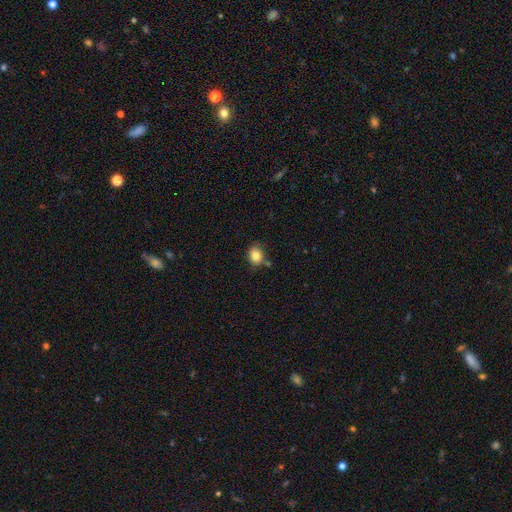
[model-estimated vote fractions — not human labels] This is clearly a smooth galaxy (83%). How rounded: possibly round (52%). Merging: likely none (71%).